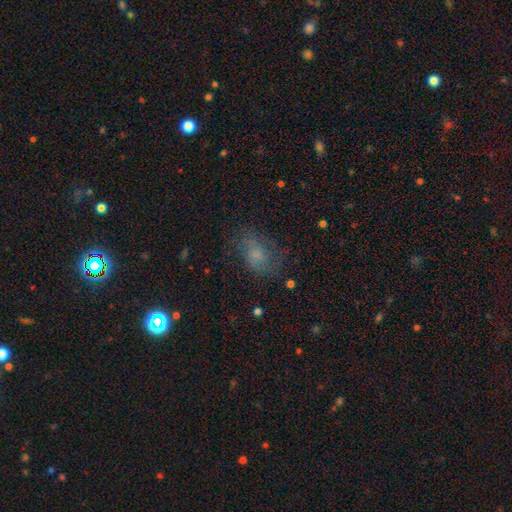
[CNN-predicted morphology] Overall: smooth (44%; featured or disk 36%). Merging: none (60%; minor disturbance 22%).